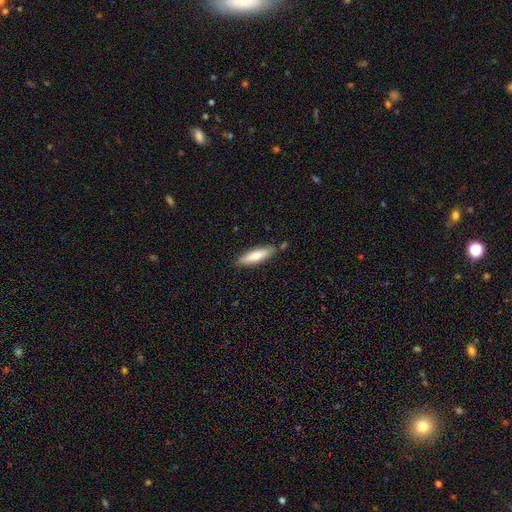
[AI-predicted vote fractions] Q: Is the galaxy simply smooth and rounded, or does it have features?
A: smooth — 72%.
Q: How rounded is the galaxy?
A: cigar-shaped — 68%.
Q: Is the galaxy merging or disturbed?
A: none — 81%.